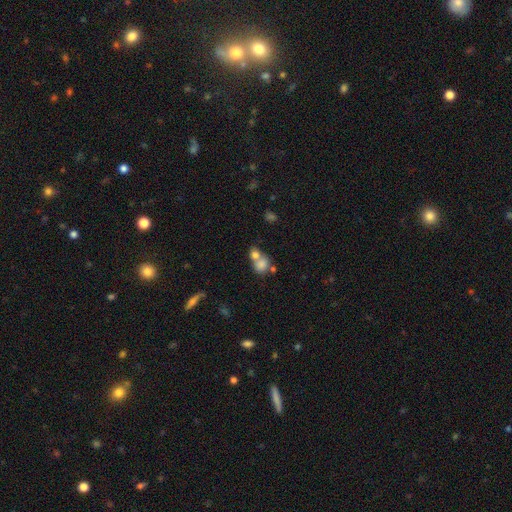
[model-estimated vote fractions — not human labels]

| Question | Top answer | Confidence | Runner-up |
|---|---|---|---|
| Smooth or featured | smooth | 76% | featured or disk (13%) |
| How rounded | round | 56% | in between (42%) |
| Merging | merger | 62% | none (26%) |